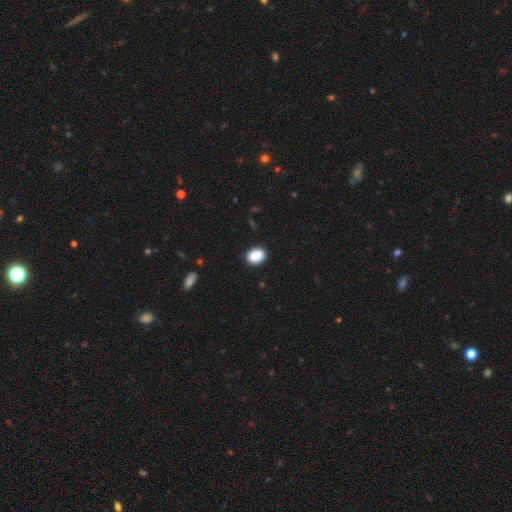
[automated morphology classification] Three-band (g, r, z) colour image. It shows a smooth galaxy with no disk features (88%) that is in between round and cigar-shaped (57%). Merging: none (89%).